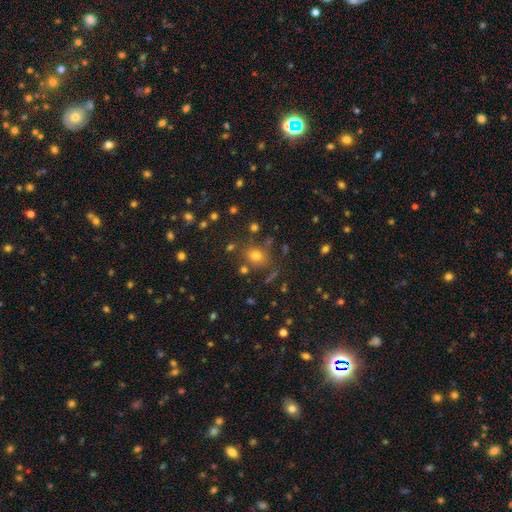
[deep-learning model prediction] smooth-or-featured: smooth: 62% | star or artifact: 29% | featured or disk: 9%
  how-rounded: round: 71% | in between: 27% | cigar-shaped: 1%
  merging: none: 76% | minor disturbance: 12% | merger: 7% | major disturbance: 5%